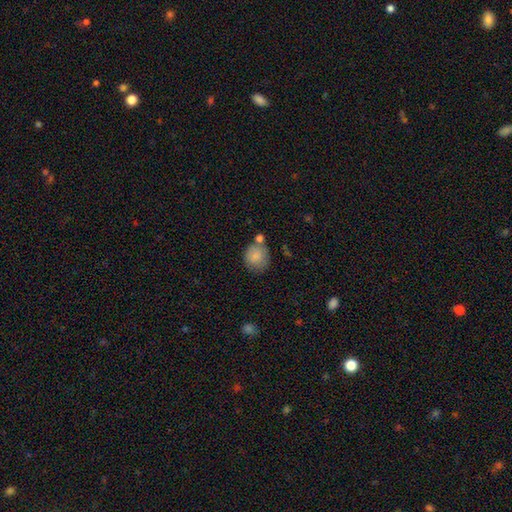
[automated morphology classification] Overall: smooth (84%). How rounded: round (77%). Merging: none (60%).